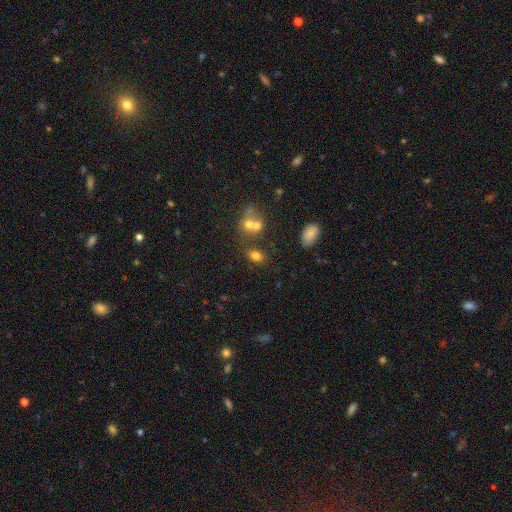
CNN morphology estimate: A smooth galaxy with no disk features (75%) that is in between round and cigar-shaped (67%).

Vote fractions:
- Smooth or featured? smooth: 75% / star or artifact: 14% / featured or disk: 10%
- How rounded? in between: 67% / round: 31% / cigar-shaped: 2%
- Merging? none: 59% / merger: 23% / minor disturbance: 13% / major disturbance: 5%